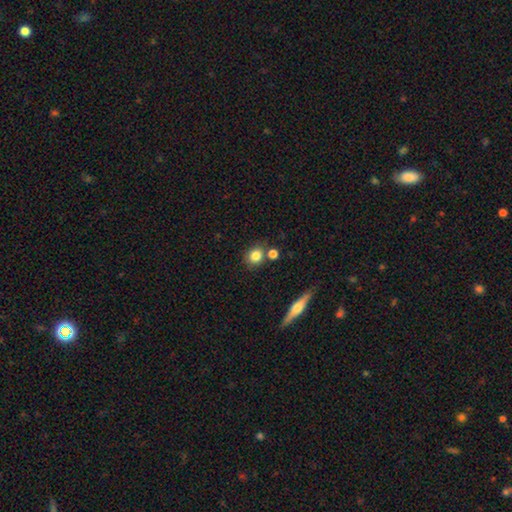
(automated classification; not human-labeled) smooth 82%, star or artifact 9%, featured or disk 8%. Down the decision tree: how rounded — round (79%); merging — none (69%).